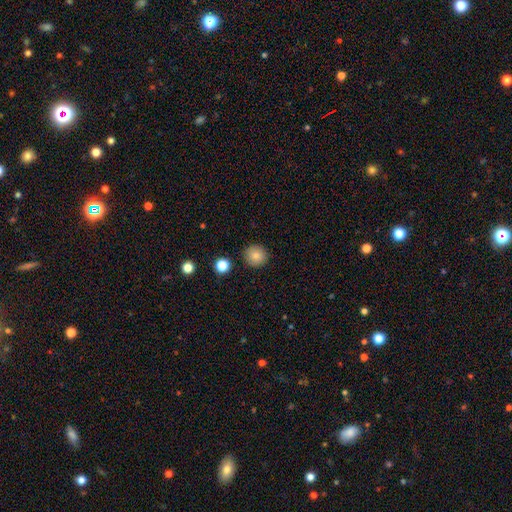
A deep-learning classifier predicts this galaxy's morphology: A smooth galaxy with no disk features (85%) that is round (93%). Merging: none (90%).